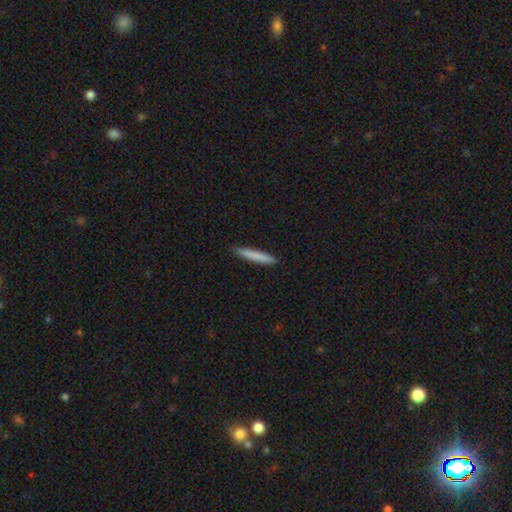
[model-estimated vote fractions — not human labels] smooth_or_featured: smooth (p=0.81) [alt: featured or disk p=0.13]
how_rounded: cigar-shaped (p=0.95) [alt: in between p=0.04]
merging: none (p=0.91) [alt: minor disturbance p=0.07]